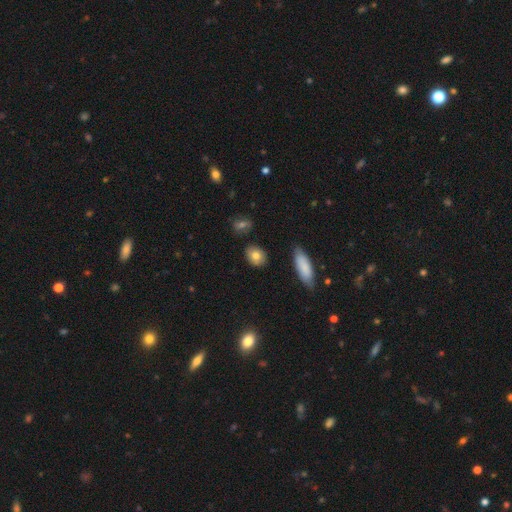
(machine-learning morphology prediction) A smooth galaxy with no disk features (80%) that is in between round and cigar-shaped (57%). Merging: none (84%).